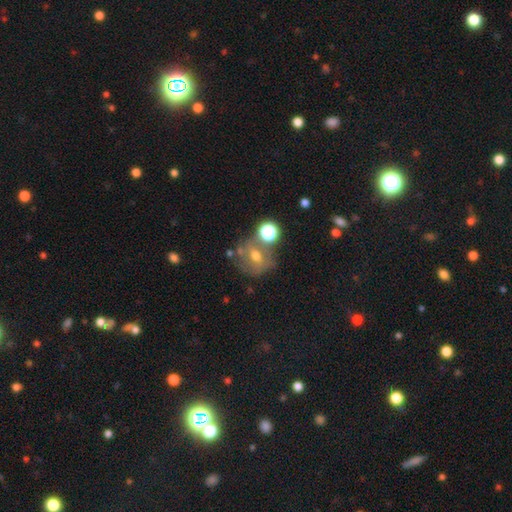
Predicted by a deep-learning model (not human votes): The model was most divided on "smooth or featured": smooth: 46%, featured or disk: 36%, star or artifact: 18%. More confident: merging — none (52%).